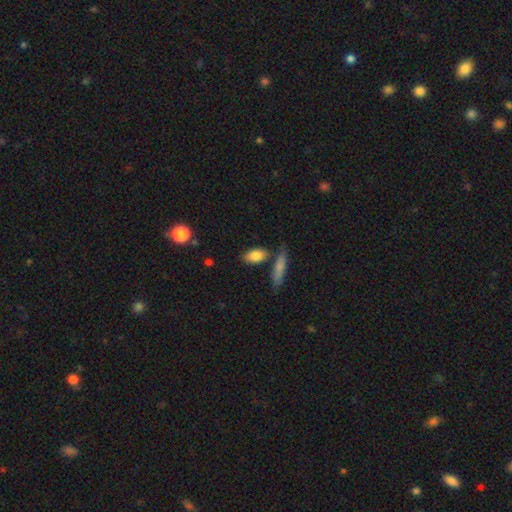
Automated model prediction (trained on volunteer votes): A smooth galaxy with no disk features (83%) that is in between round and cigar-shaped (83%).

Vote fractions:
- Smooth or featured? smooth: 83% / featured or disk: 10% / star or artifact: 6%
- How rounded? in between: 83% / cigar-shaped: 11% / round: 5%
- Merging? none: 71% / minor disturbance: 13% / merger: 12% / major disturbance: 4%